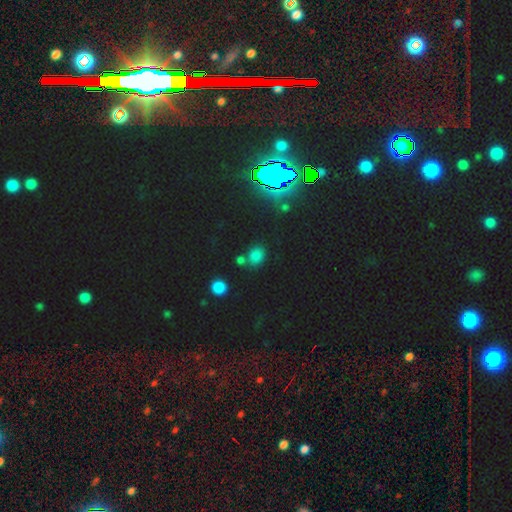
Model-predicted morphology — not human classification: smooth_or_featured: smooth (p=0.60) [alt: star or artifact p=0.34]
how_rounded: round (p=0.60) [alt: in between p=0.38]
merging: none (p=0.68) [alt: merger p=0.16]